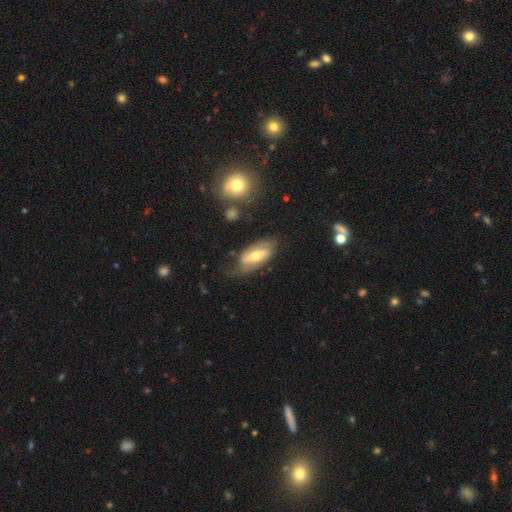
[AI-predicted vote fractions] smooth-or-featured: featured or disk: 58% | smooth: 36% | star or artifact: 7%
  disk-edge-on: no: 82% | yes: 18%
  merging: none: 62% | minor disturbance: 24% | major disturbance: 11% | merger: 4%